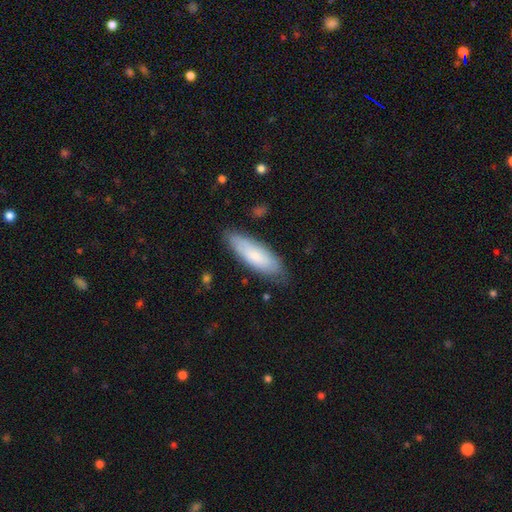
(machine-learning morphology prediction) This appears to be a smooth galaxy with no disk features (74%) that is in between round and cigar-shaped (55%). Merging: none (77%).